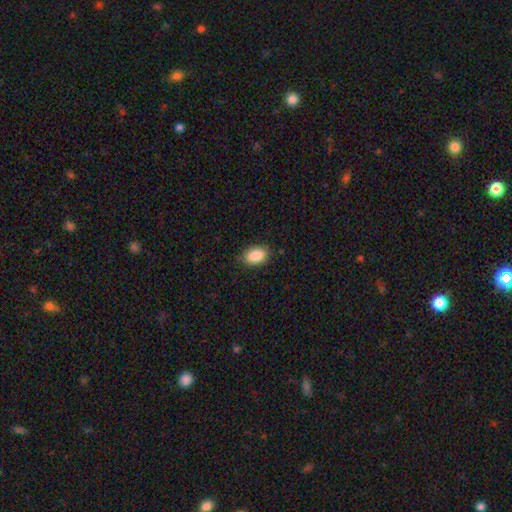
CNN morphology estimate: The model was most divided on "merging": none: 84%, minor disturbance: 12%, major disturbance: 3%, merger: 1%. More confident: how rounded — in between (90%); smooth or featured — smooth (89%).